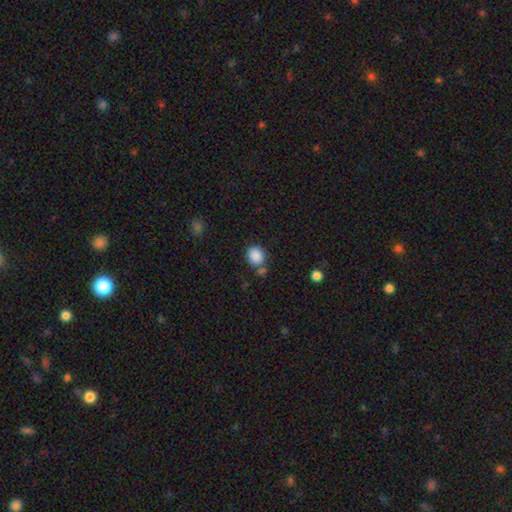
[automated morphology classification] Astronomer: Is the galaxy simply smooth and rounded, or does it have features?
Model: smooth — 87%.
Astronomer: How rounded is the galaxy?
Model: round — 67%.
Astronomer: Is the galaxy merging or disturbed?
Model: none — 69%.